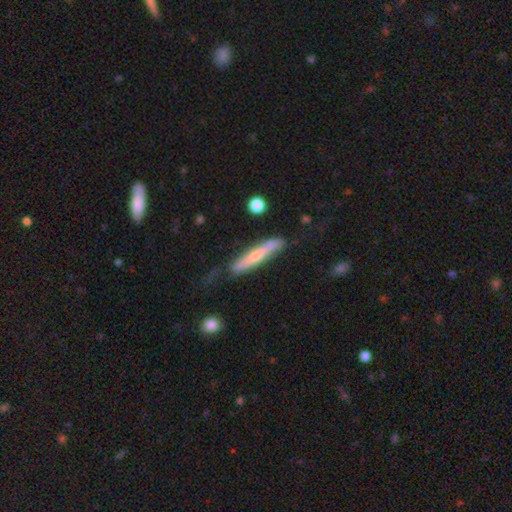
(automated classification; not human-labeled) Overall: featured or disk (55%; smooth 37%). Edge-on disk: yes (83%). Merging: none (63%; minor disturbance 26%).